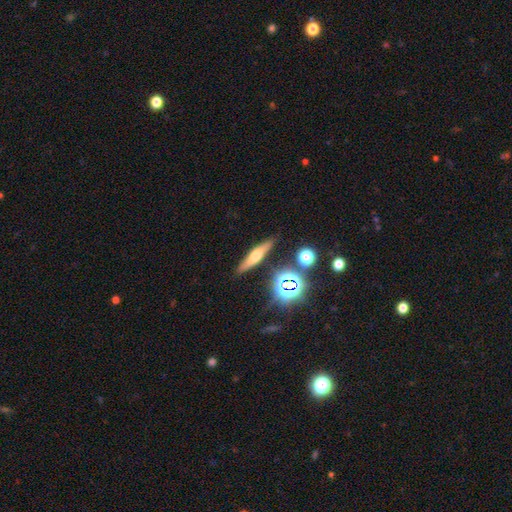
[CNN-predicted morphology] Q: Smooth or featured?
A: featured or disk (43%); tied with: smooth (43%)
Q: Merging?
A: none (86%); runner-up: minor disturbance (9%)